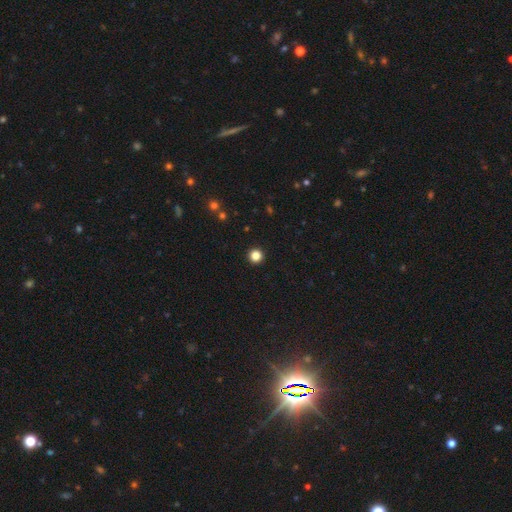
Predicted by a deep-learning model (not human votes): This is clearly a smooth galaxy (85%). How rounded: clearly round (96%). Merging: clearly none (94%).